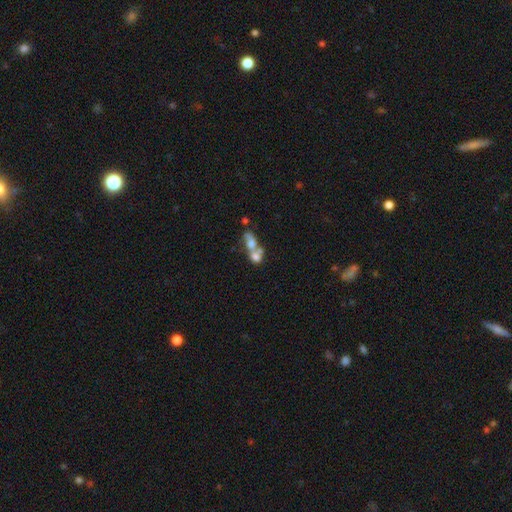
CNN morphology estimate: smooth 57%, featured or disk 31%, star or artifact 12%. Down the decision tree: how rounded — in between (54%); merging — merger (70%).